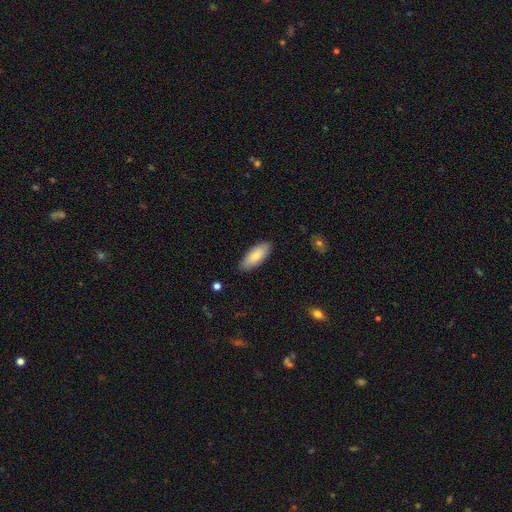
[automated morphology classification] A smooth galaxy with no disk features (84%) that is in between round and cigar-shaped (82%). Merging: none (86%).